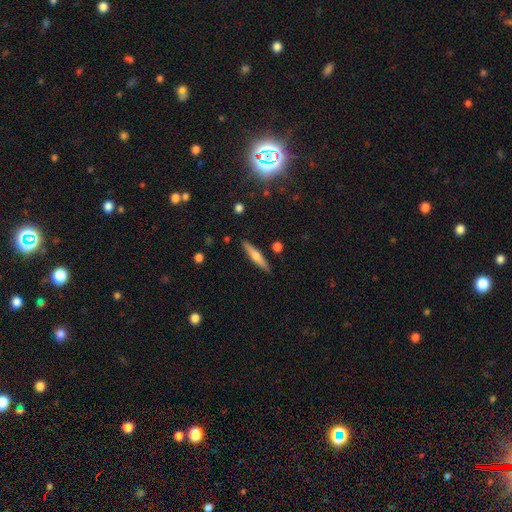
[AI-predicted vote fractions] This appears to be a featured or disk galaxy (48%). Merging: none (89%).